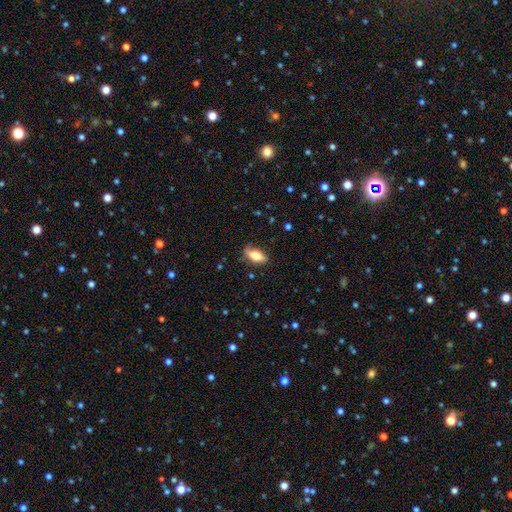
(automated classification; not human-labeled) smooth_or_featured: smooth (p=0.71) [alt: featured or disk p=0.22]
how_rounded: in between (p=0.87) [alt: cigar-shaped p=0.09]
merging: none (p=0.68) [alt: minor disturbance p=0.24]